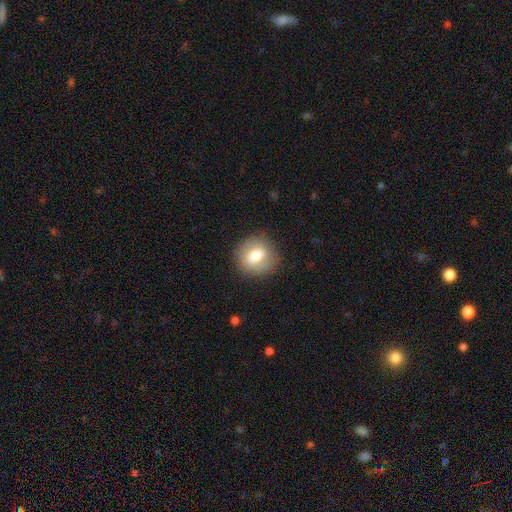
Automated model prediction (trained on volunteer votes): Q: Smooth or featured?
A: smooth (66%); runner-up: featured or disk (26%)
Q: How rounded?
A: round (73%); runner-up: in between (26%)
Q: Merging?
A: none (82%); runner-up: minor disturbance (13%)